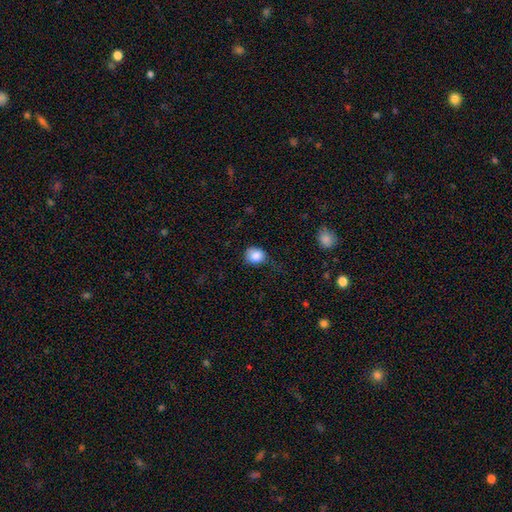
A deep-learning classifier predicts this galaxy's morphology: Overall: smooth (86%). How rounded: round (68%; in between 31%). Merging: none (55%; minor disturbance 33%).